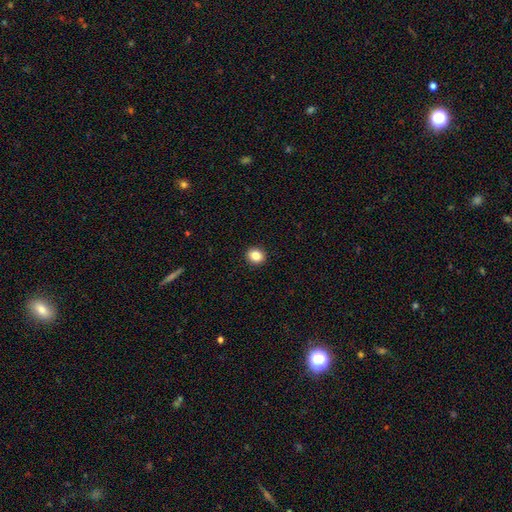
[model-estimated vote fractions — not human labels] A smooth galaxy with no disk features (85%) that is round (72%).

Vote fractions:
- Smooth or featured? smooth: 85% / star or artifact: 10% / featured or disk: 5%
- How rounded? round: 72% / in between: 27% / cigar-shaped: 1%
- Merging? none: 92% / minor disturbance: 5% / major disturbance: 2% / merger: 1%